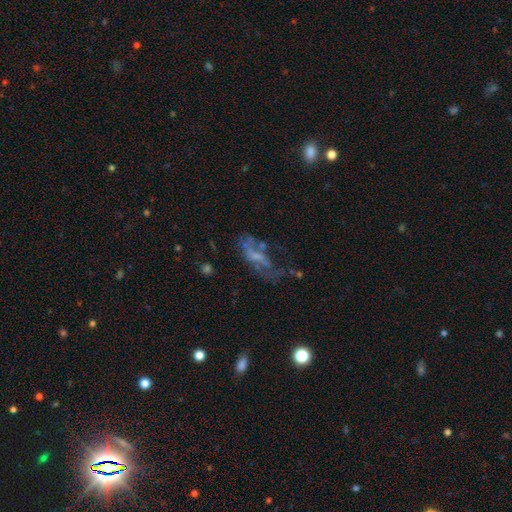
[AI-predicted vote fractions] Smooth or featured: featured or disk — 56% (smooth — 28%)
Edge-on disk: no — 89% (yes — 11%)
Merging: major disturbance — 38% (none — 32%)